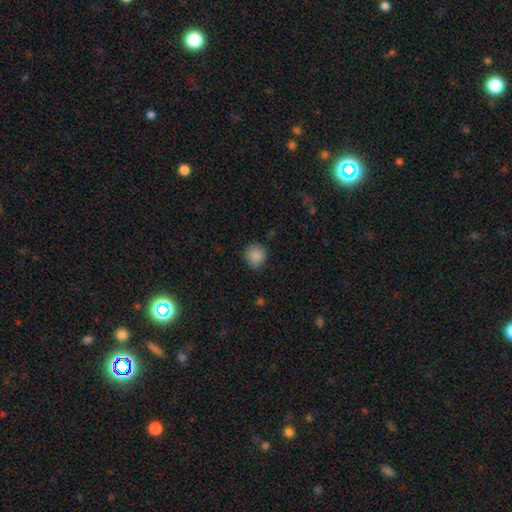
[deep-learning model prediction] smooth 87%, star or artifact 9%, featured or disk 4%. Down the decision tree: how rounded — round (88%); merging — none (84%).